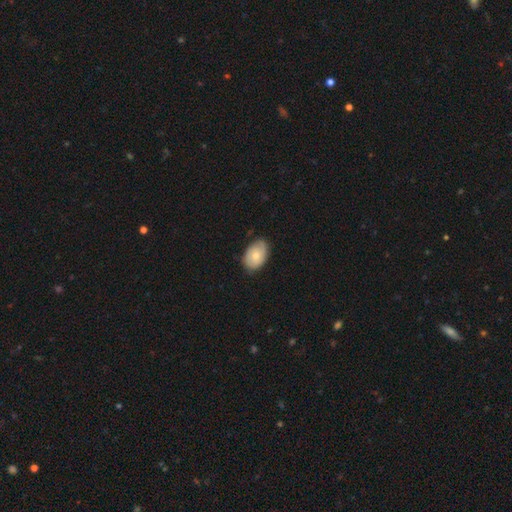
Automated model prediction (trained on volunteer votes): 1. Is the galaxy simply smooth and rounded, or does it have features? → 64% smooth, 30% featured or disk, 6% star or artifact.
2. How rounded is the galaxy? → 87% in between, 12% round, 1% cigar-shaped.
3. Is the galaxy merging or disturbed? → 76% none, 20% minor disturbance, 3% major disturbance, 1% merger.